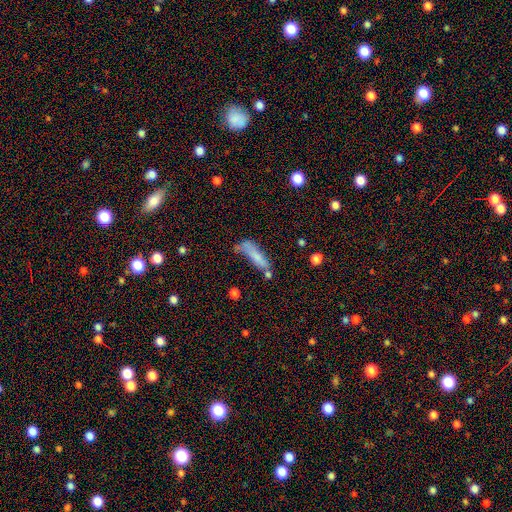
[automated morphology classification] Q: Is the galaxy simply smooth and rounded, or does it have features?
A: smooth — 70%.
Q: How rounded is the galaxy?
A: cigar-shaped — 66%.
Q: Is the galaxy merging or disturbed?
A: none — 36%.